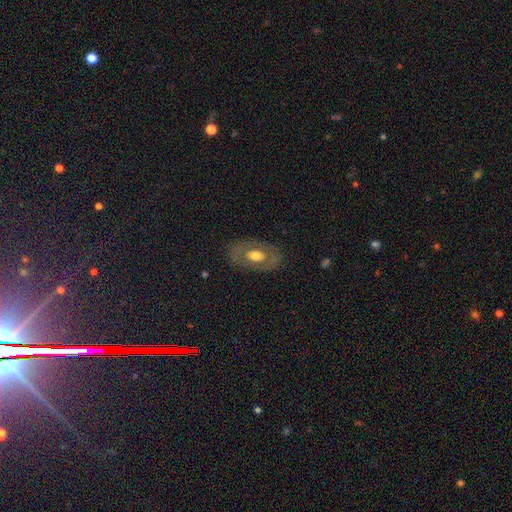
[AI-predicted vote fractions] This appears to be a smooth galaxy with no disk features (50%). Merging: none (81%).